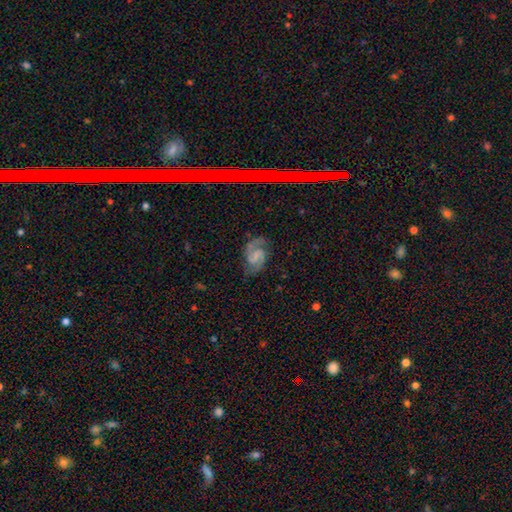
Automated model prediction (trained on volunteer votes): This appears to be a featured or disk galaxy (85%) with a weak bar (48%), 2 (93%) medium (58%) spiral arms (97%) and no central bulge (59%). Merging: none (76%).